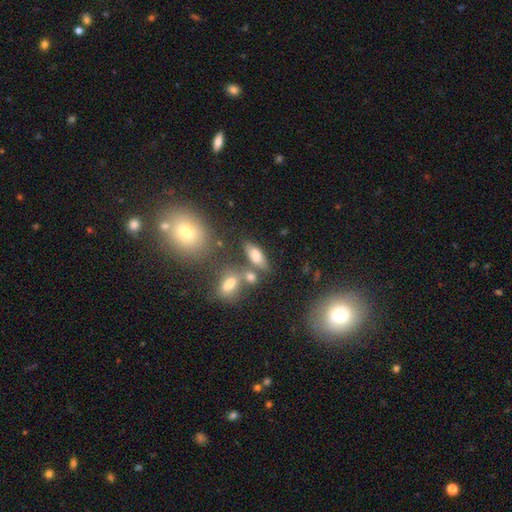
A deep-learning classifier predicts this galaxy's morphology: type=smooth (75%); roundness=in between (81%); merging=none (55%).